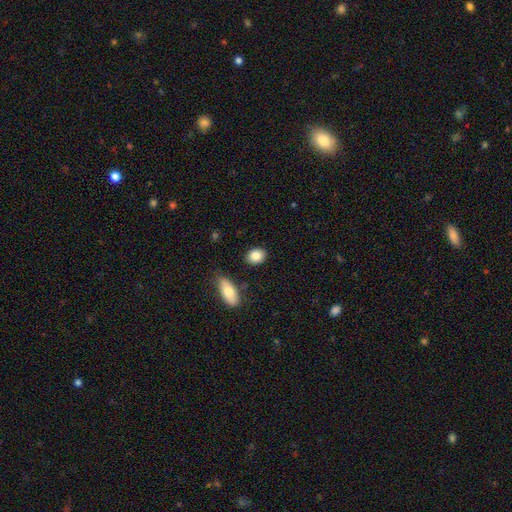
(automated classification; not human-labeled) A smooth galaxy with no disk features (85%) that is in between round and cigar-shaped (61%).

Vote fractions:
- Smooth or featured? smooth: 85% / featured or disk: 8% / star or artifact: 8%
- How rounded? in between: 61% / round: 38% / cigar-shaped: 2%
- Merging? none: 85% / minor disturbance: 9% / merger: 3% / major disturbance: 2%